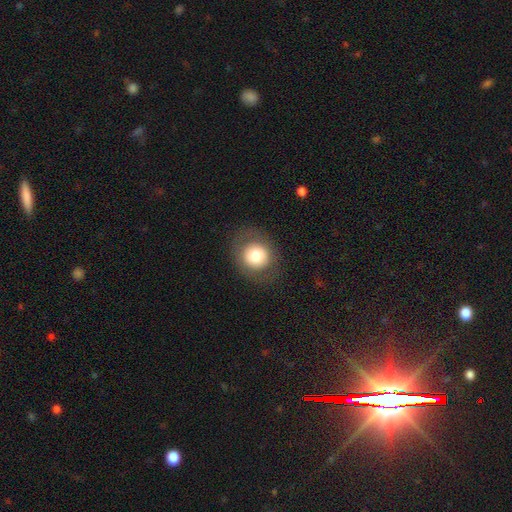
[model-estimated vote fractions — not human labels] Smooth or featured?
  - smooth: 73% *
  - featured or disk: 18%
  - star or artifact: 9%
How rounded?
  - round: 81% *
  - in between: 18%
  - cigar-shaped: 1%
Merging?
  - none: 83% *
  - minor disturbance: 10%
  - major disturbance: 6%
  - merger: 1%